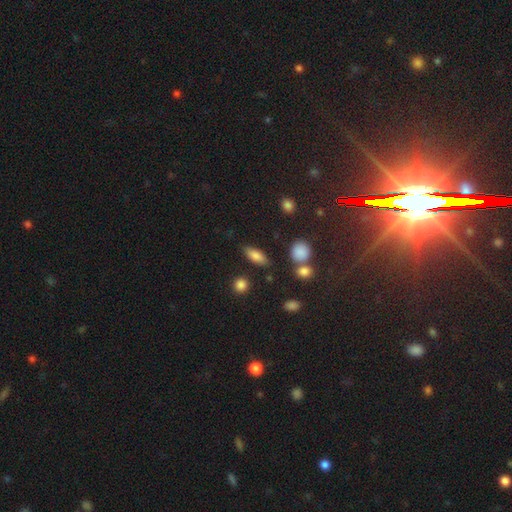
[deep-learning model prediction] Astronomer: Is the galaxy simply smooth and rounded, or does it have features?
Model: smooth — 77%.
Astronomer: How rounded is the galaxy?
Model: in between — 69%.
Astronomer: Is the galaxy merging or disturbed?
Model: none — 80%.